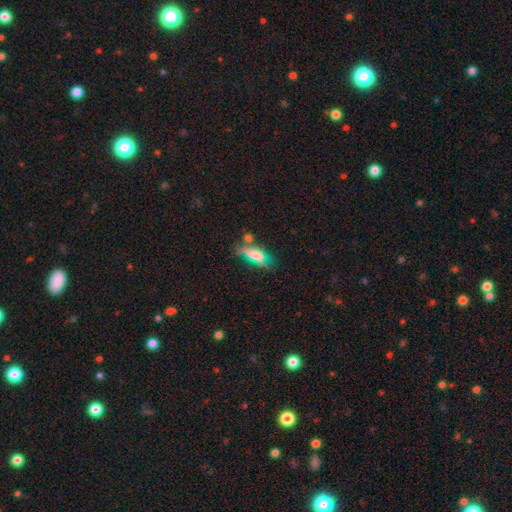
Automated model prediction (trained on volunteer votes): Morphology: type=smooth (47%); merging=none (54%).